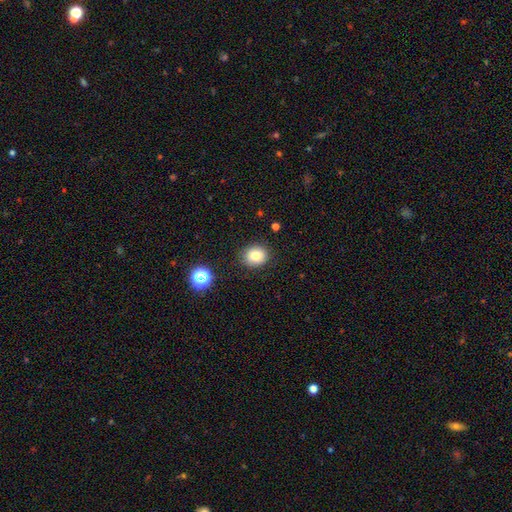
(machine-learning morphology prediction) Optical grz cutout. It shows a smooth galaxy with no disk features (79%) that is round (75%). Merging: none (86%).